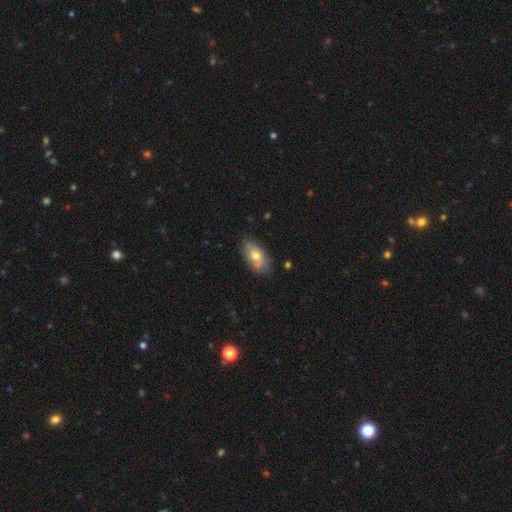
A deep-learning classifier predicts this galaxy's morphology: smooth_or_featured: smooth (p=0.67) [alt: featured or disk p=0.26]
how_rounded: in between (p=0.92) [alt: round p=0.05]
merging: none (p=0.69) [alt: minor disturbance p=0.22]